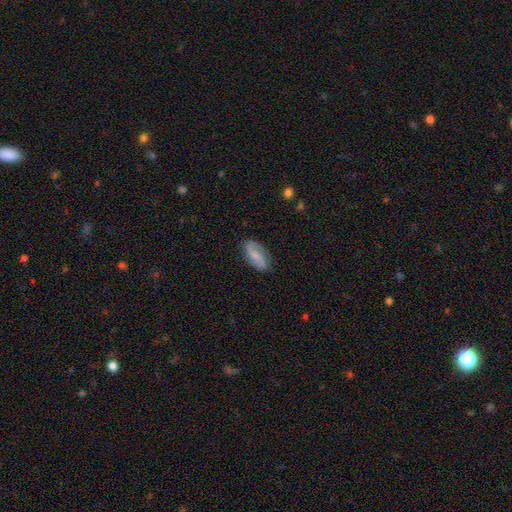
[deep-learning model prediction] Overall: featured or disk (54%; smooth 39%). Edge-on disk: no (94%). Bar: weak (43%; no 39%). Spiral arms: yes (89%). Bulge size: small (49%; moderate 33%). Merging: none (81%).